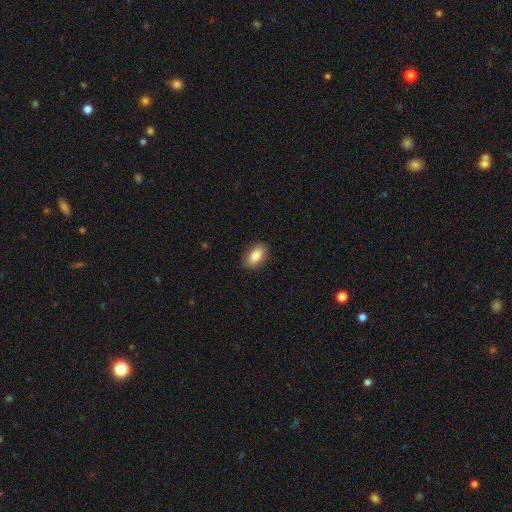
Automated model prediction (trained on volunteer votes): Morphology: type=smooth (82%); roundness=in between (90%); merging=none (88%).